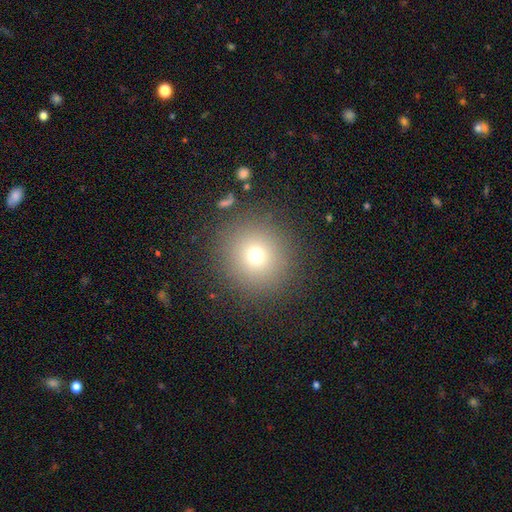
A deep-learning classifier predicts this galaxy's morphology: Smooth or featured? Predicted: smooth (p=0.70). How rounded? Predicted: round (p=0.94). Merging? Predicted: none (p=0.89).